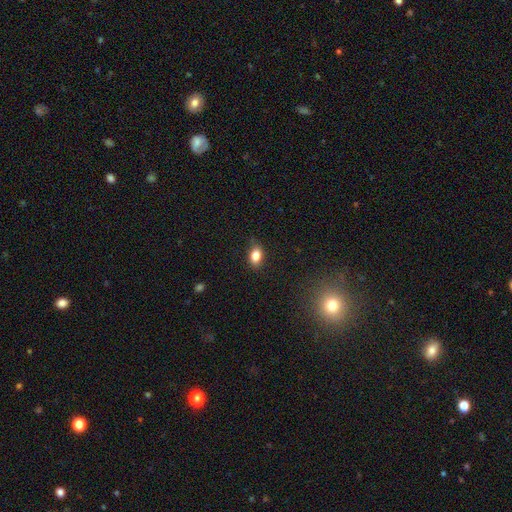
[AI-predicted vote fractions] smooth 82%, star or artifact 10%, featured or disk 8%. Down the decision tree: how rounded — in between (82%); merging — none (80%).